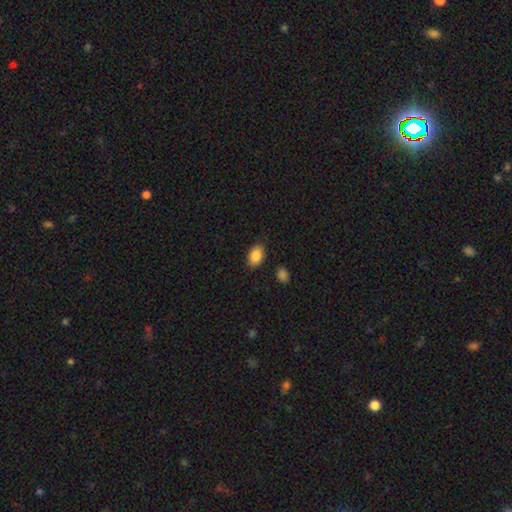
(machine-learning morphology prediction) type=smooth (88%); roundness=in between (84%); merging=none (85%).